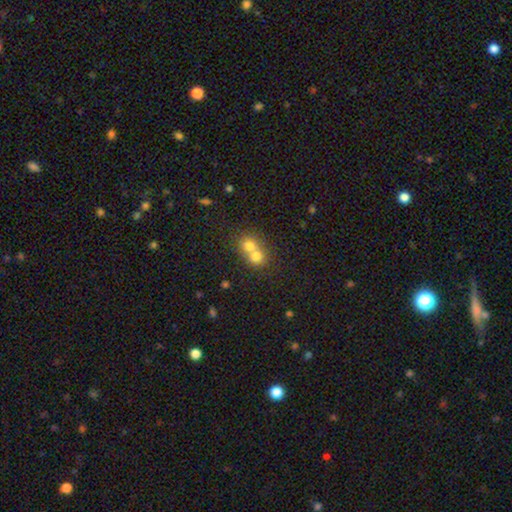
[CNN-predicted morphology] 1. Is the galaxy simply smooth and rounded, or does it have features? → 73% smooth, 16% featured or disk, 11% star or artifact.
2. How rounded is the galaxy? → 75% round, 24% in between, 1% cigar-shaped.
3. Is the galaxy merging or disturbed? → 70% merger, 24% none, 4% minor disturbance, 2% major disturbance.